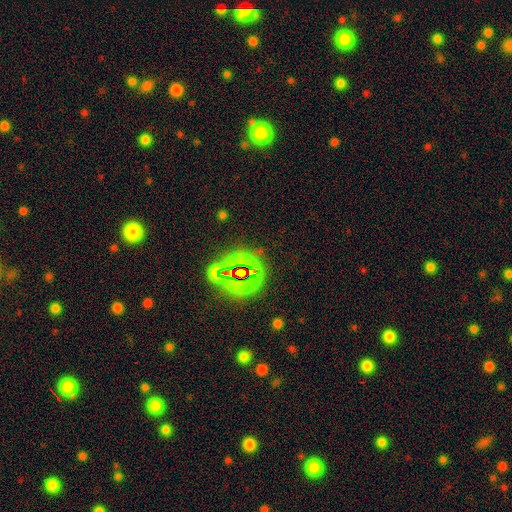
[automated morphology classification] Overall: star or artifact (62%; smooth 22%).